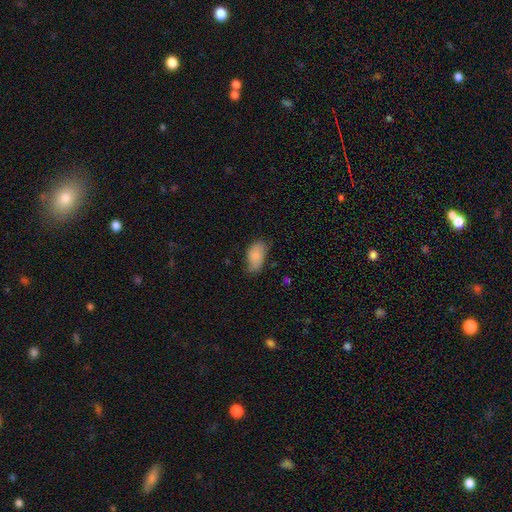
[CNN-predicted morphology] The model was most divided on "merging": none: 54%, minor disturbance: 35%, major disturbance: 9%, merger: 2%. More confident: how rounded — in between (94%); smooth or featured — smooth (82%).